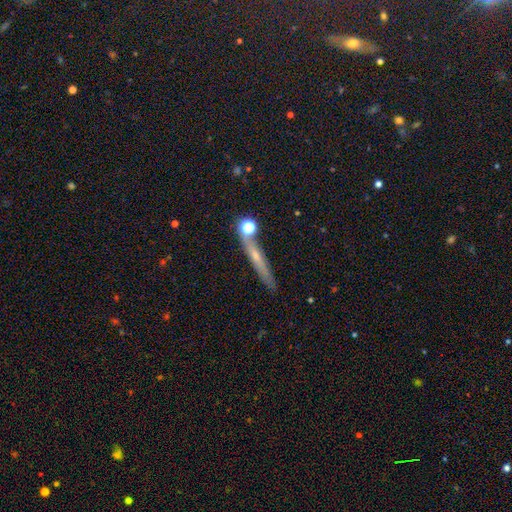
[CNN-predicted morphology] smooth_or_featured: featured or disk (p=0.48) [alt: smooth p=0.38]
merging: none (p=0.78) [alt: minor disturbance p=0.11]